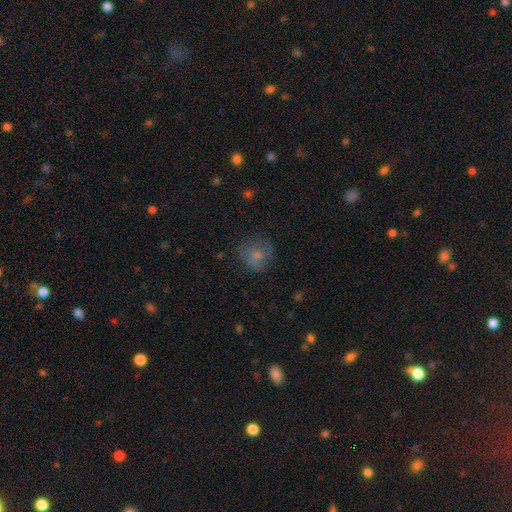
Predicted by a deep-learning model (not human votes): Smooth or featured? smooth (70%)
How rounded? round (82%)
Merging? none (65%)